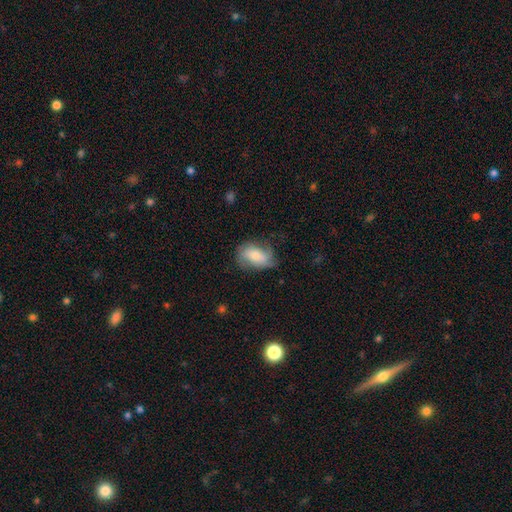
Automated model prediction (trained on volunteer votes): Smooth or featured? smooth (65%)
How rounded? in between (85%)
Merging? none (58%)